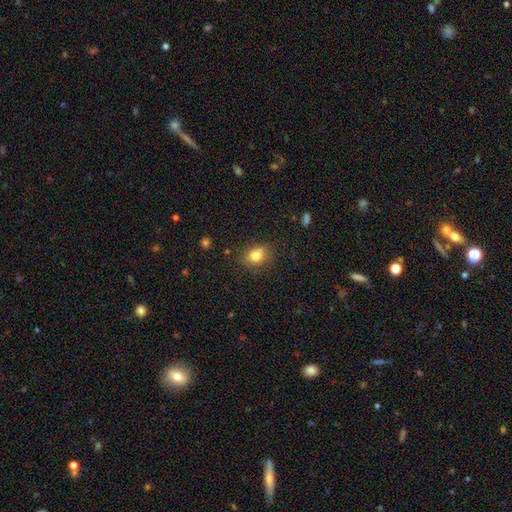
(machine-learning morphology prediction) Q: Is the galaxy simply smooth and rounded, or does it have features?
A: smooth — 78%.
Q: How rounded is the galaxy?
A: round — 56%.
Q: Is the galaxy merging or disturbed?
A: none — 76%.